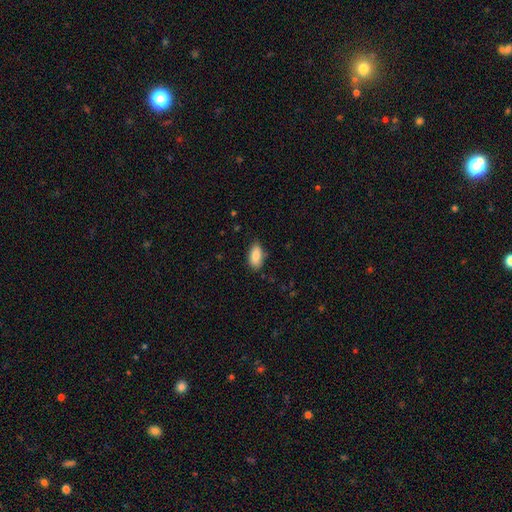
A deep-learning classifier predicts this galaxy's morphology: This is clearly a smooth galaxy (86%). How rounded: clearly in between (90%). Merging: clearly none (80%).